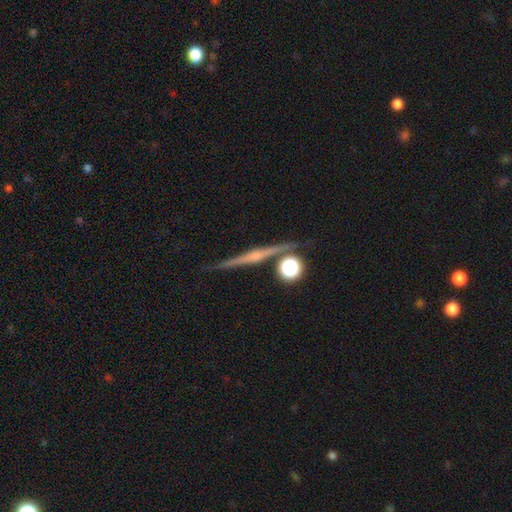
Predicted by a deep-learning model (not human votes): Morphology: type=featured or disk (76%); edge-on=yes (98%); edge-on bulge=rounded (74%); merging=none (86%).